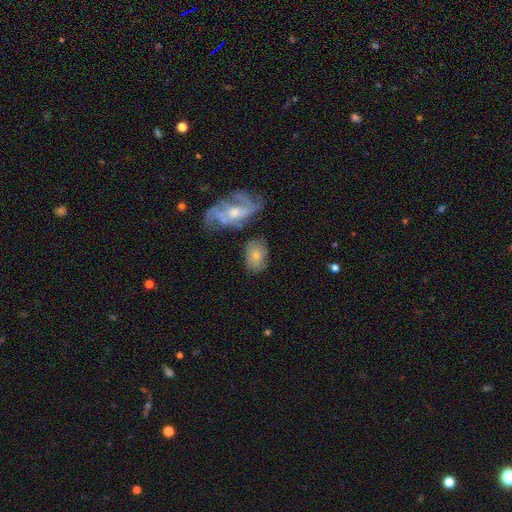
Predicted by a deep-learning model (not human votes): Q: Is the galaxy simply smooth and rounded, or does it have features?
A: smooth — 53%.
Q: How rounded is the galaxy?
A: in between — 80%.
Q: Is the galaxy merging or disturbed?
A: none — 56%.